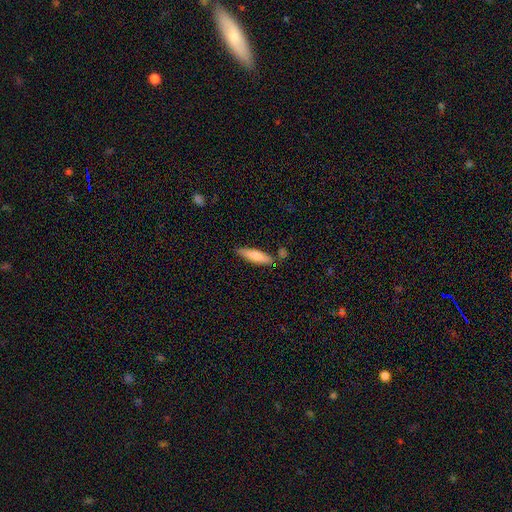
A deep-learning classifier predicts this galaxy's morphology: Smooth or featured? Predicted: smooth (p=0.75). How rounded? Predicted: cigar-shaped (p=0.71). Merging? Predicted: none (p=0.77).